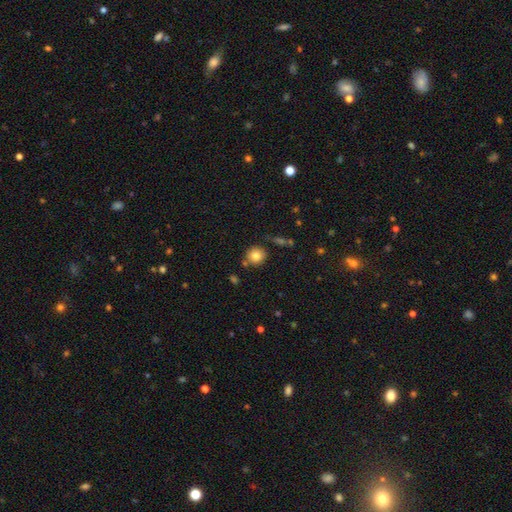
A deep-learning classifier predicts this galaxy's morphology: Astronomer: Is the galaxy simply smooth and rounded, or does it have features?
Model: smooth — 81%.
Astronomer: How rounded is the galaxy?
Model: round — 89%.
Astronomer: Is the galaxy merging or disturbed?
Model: none — 79%.